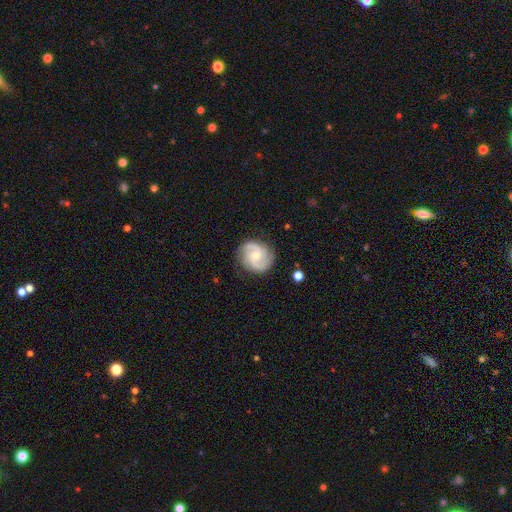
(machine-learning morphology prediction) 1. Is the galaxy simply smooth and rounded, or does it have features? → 83% featured or disk, 12% smooth, 5% star or artifact.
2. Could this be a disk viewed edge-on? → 98% no, 2% yes.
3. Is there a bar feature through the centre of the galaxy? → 55% no, 39% weak, 6% strong.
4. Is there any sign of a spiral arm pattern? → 97% yes, 3% no.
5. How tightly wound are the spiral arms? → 51% medium, 32% tight, 17% loose.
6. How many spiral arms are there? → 79% 2, 10% 3, 5% can't tell, 2% 1, 2% 4, 2% more than 4.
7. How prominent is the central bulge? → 57% small, 36% moderate, 4% none, 2% large, 1% dominant.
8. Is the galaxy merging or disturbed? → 83% none, 12% minor disturbance, 3% major disturbance, 1% merger.